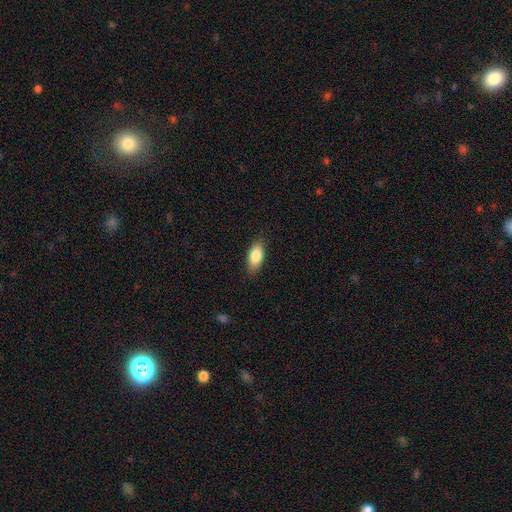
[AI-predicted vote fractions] smooth-or-featured: smooth: 85% | featured or disk: 9% | star or artifact: 6%
  how-rounded: in between: 87% | cigar-shaped: 10% | round: 3%
  merging: none: 86% | minor disturbance: 11% | major disturbance: 2% | merger: 1%